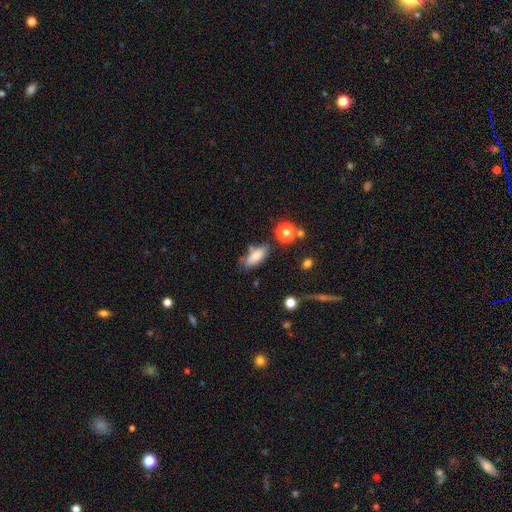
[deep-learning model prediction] The model was most divided on "merging": none: 64%, minor disturbance: 20%, merger: 10%, major disturbance: 6%. More confident: smooth or featured — smooth (78%); how rounded — in between (77%).